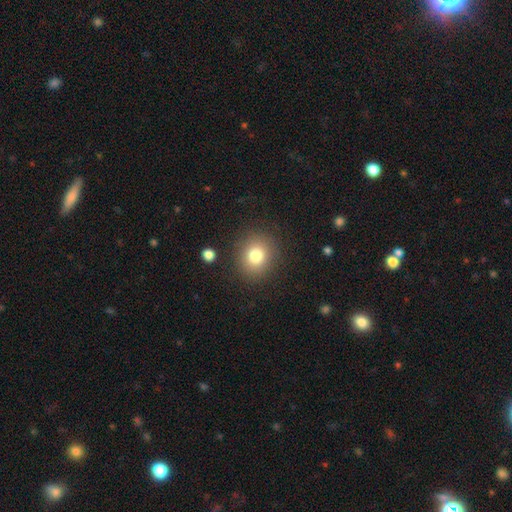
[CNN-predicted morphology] smooth-or-featured: smooth: 80% | star or artifact: 11% | featured or disk: 9%
  how-rounded: round: 80% | in between: 19% | cigar-shaped: 1%
  merging: none: 86% | minor disturbance: 8% | major disturbance: 3% | merger: 2%